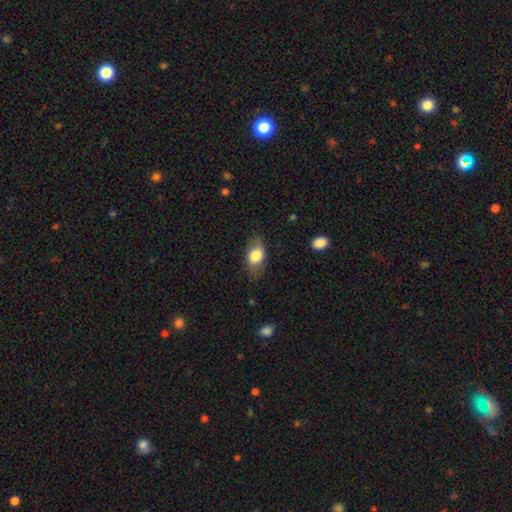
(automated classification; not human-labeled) This appears to be a smooth galaxy with no disk features (76%) that is in between round and cigar-shaped (84%). Merging: none (72%).